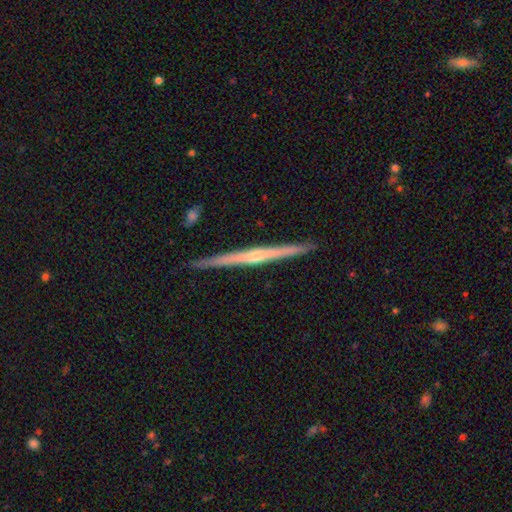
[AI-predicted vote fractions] This appears to be a featured or disk galaxy (82%) viewed edge-on (98%) with a rounded central bulge (75%). Merging: none (92%).